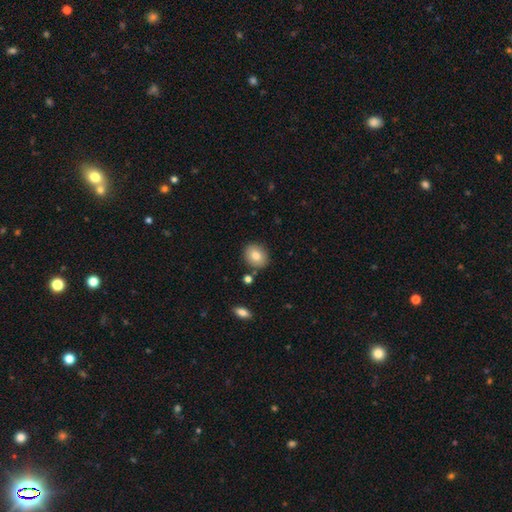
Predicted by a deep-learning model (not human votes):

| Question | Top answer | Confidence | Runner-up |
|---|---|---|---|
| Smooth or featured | smooth | 80% | featured or disk (12%) |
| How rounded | round | 64% | in between (35%) |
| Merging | none | 84% | minor disturbance (9%) |